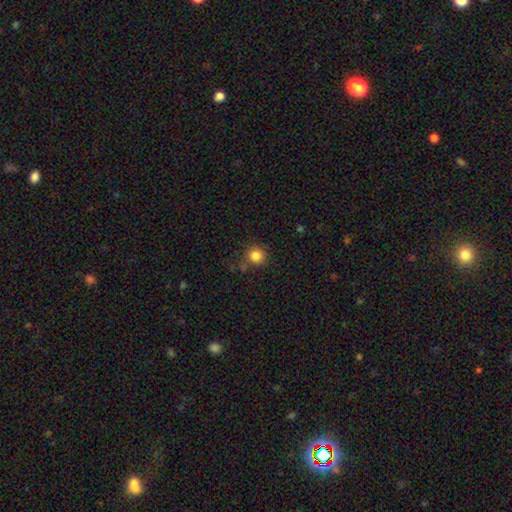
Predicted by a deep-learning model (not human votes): Overall: smooth (84%). How rounded: round (92%). Merging: none (80%).